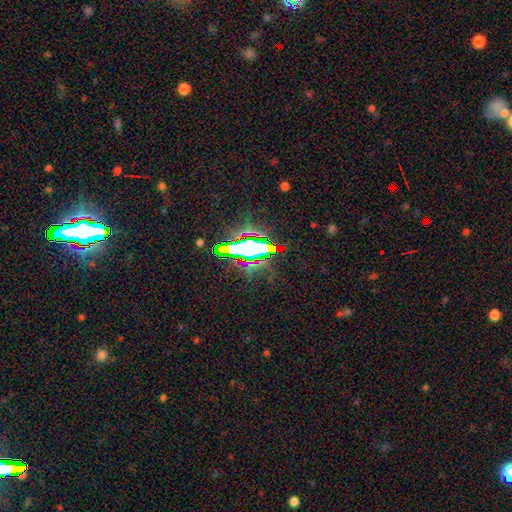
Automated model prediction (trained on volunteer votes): star or artifact 67%, smooth 18%, featured or disk 15%.